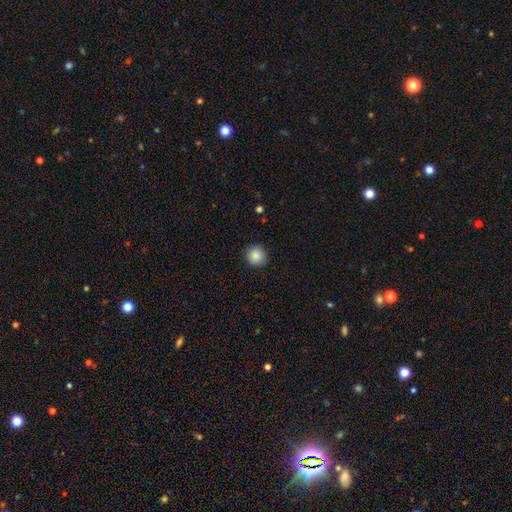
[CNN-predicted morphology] Smooth or featured? smooth (86%)
How rounded? round (93%)
Merging? none (91%)